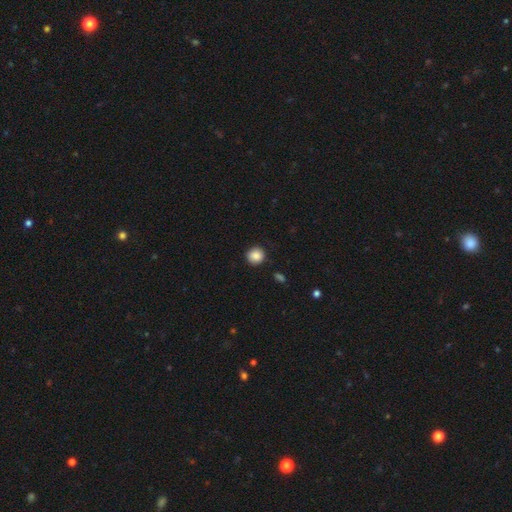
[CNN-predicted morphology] A smooth galaxy with no disk features (87%) that is round (91%).

Vote fractions:
- Smooth or featured? smooth: 87% / star or artifact: 9% / featured or disk: 4%
- How rounded? round: 91% / in between: 8% / cigar-shaped: 1%
- Merging? none: 89% / minor disturbance: 8% / major disturbance: 2% / merger: 1%